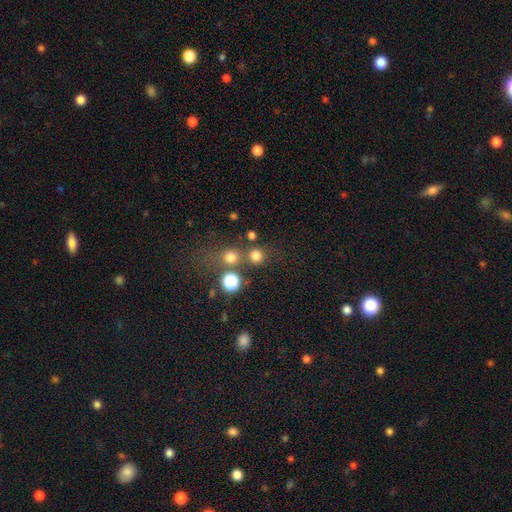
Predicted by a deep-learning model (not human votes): smooth_or_featured: smooth (p=0.74) [alt: star or artifact p=0.19]
how_rounded: round (p=0.91) [alt: in between p=0.08]
merging: none (p=0.68) [alt: merger p=0.20]